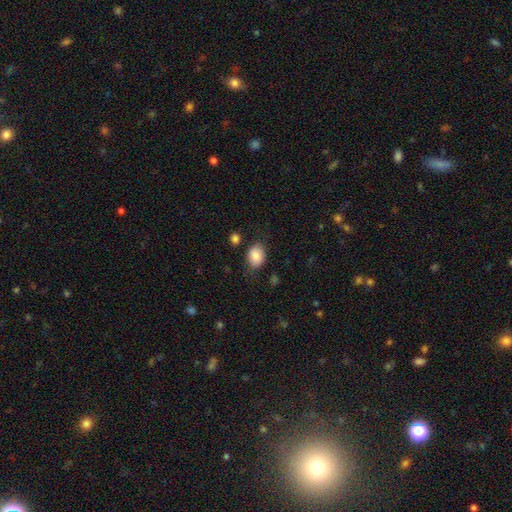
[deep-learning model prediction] Morphology: type=smooth (86%); roundness=in between (68%); merging=none (79%).